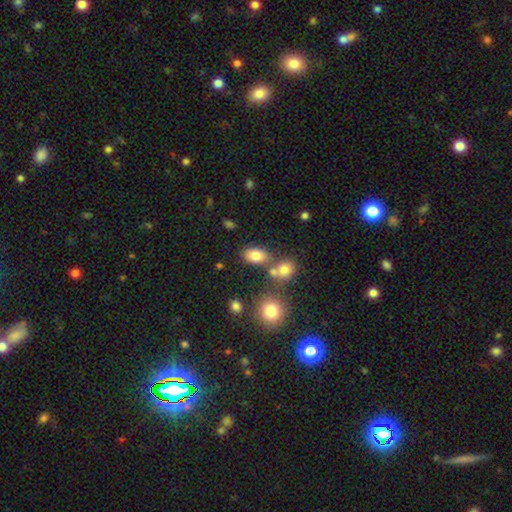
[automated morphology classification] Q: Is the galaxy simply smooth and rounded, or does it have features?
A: smooth — 79%.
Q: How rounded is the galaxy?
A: in between — 82%.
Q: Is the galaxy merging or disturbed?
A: none — 67%.